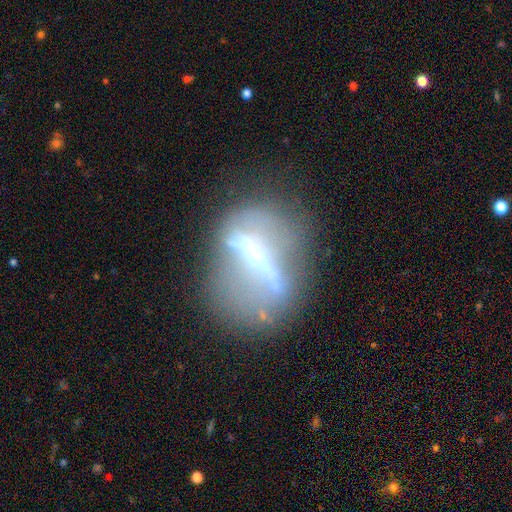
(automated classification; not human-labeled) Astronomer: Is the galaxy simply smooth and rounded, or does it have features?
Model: featured or disk — 65%.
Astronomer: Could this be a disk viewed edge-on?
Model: no — 65%.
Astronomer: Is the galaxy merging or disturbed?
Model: none — 60%.